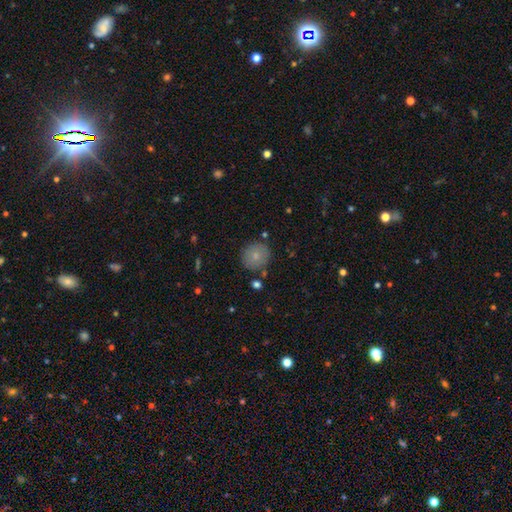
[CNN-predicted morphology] smooth_or_featured: smooth (p=0.81) [alt: featured or disk p=0.10]
how_rounded: round (p=0.89) [alt: in between p=0.10]
merging: none (p=0.83) [alt: minor disturbance p=0.10]